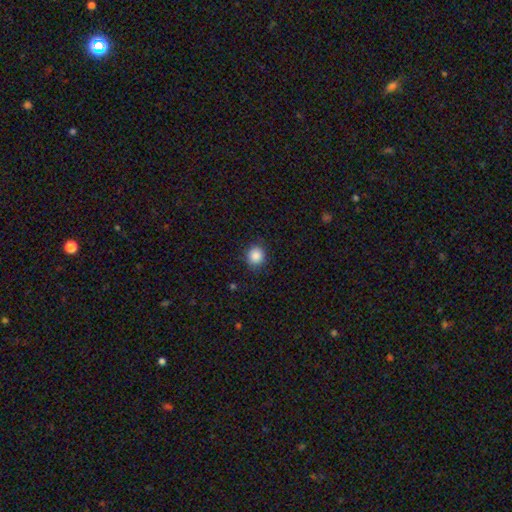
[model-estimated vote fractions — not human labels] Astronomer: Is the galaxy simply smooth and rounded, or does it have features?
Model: smooth — 87%.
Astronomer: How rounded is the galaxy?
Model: round — 89%.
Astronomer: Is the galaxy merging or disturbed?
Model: none — 88%.